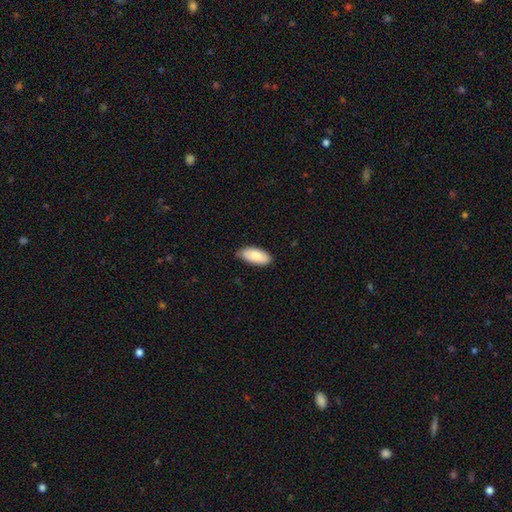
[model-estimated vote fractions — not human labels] Overall: smooth (83%). How rounded: in between (91%). Merging: none (77%).